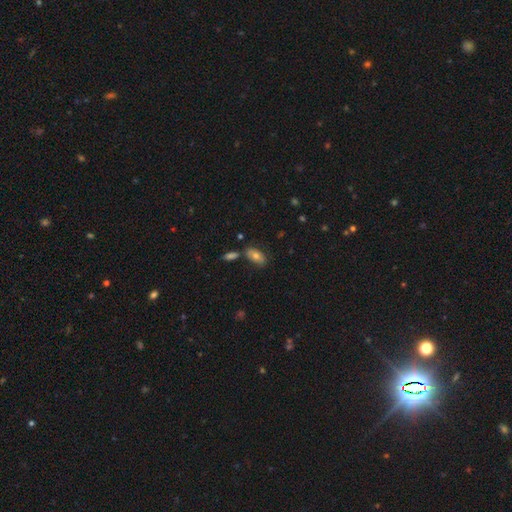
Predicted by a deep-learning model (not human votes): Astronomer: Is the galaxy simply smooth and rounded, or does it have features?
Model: smooth — 73%.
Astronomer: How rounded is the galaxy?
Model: in between — 91%.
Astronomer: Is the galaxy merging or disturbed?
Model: none — 67%.